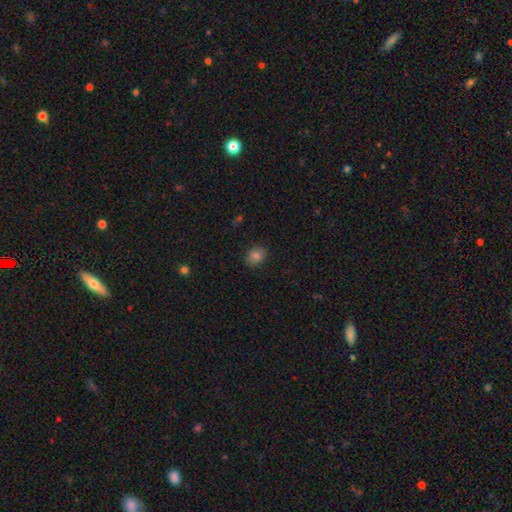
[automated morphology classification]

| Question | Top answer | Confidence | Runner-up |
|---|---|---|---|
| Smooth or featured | smooth | 81% | star or artifact (12%) |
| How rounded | in between | 50% | round (49%) |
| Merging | none | 84% | minor disturbance (12%) |